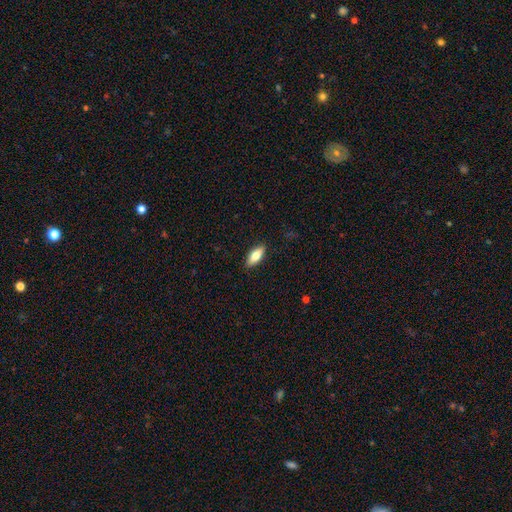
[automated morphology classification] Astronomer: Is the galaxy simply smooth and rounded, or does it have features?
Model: smooth — 72%.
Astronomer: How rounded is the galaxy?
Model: in between — 77%.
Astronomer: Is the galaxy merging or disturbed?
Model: none — 89%.